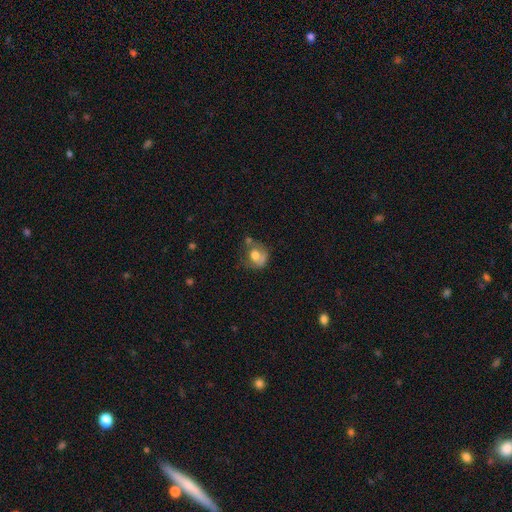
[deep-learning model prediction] This is likely a smooth galaxy (62%). How rounded: possibly round (60%). Merging: marginally none (35%).